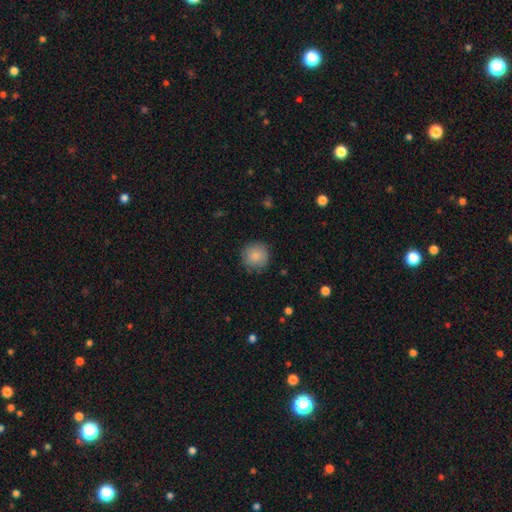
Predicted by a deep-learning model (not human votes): A smooth galaxy with no disk features (86%) that is round (94%). Merging: none (84%).